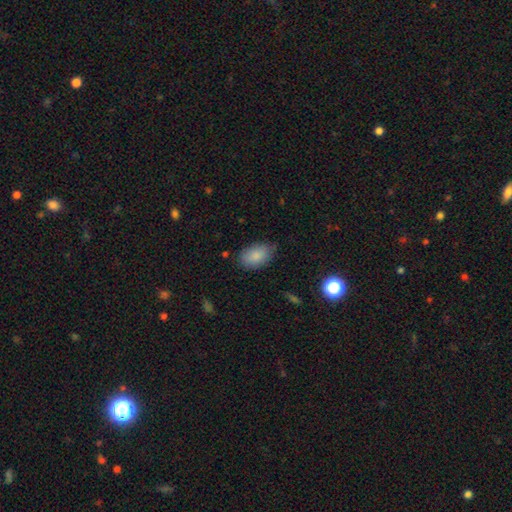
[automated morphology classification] type=smooth (86%); roundness=in between (90%); merging=none (73%).